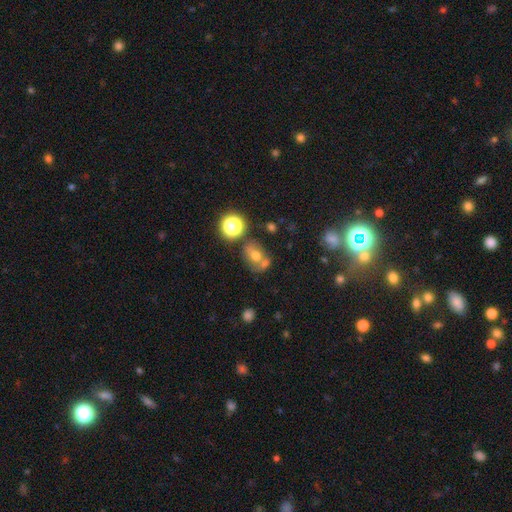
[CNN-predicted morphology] smooth-or-featured: smooth: 61% | featured or disk: 20% | star or artifact: 19%
  how-rounded: in between: 52% | round: 46% | cigar-shaped: 2%
  merging: none: 44% | merger: 35% | minor disturbance: 14% | major disturbance: 7%